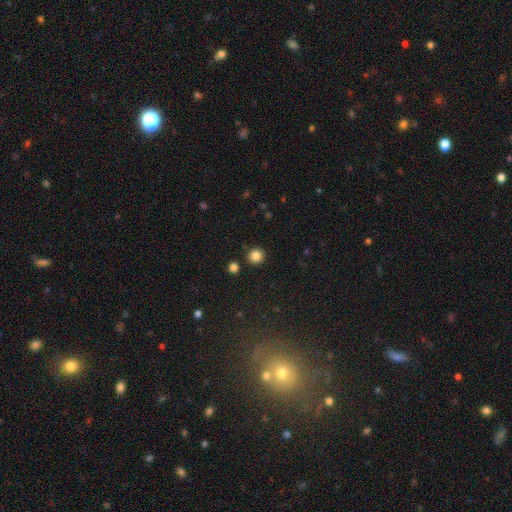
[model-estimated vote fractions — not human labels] A smooth galaxy with no disk features (84%) that is round (94%). Merging: none (89%).